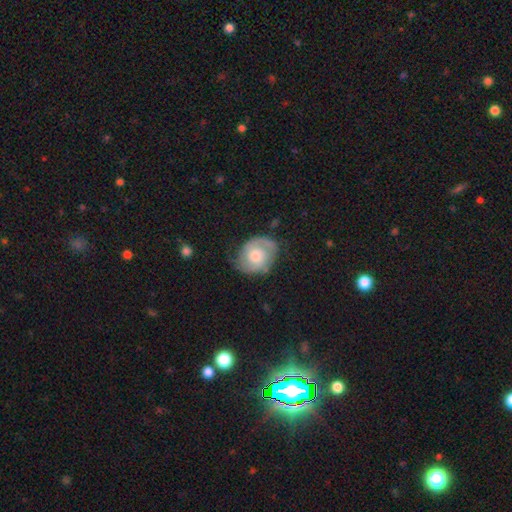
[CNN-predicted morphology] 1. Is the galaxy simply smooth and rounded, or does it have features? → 72% featured or disk, 22% smooth, 6% star or artifact.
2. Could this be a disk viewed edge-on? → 98% no, 2% yes.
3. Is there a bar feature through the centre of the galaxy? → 70% no, 26% weak, 4% strong.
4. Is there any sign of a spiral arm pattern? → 91% yes, 9% no.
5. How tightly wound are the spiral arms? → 45% tight, 41% medium, 14% loose.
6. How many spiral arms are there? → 80% 2, 9% can't tell, 7% 1, 2% 3, 1% 4, 1% more than 4.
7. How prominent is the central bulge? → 58% moderate, 23% small, 14% large, 3% none, 2% dominant.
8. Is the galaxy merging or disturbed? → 69% none, 22% minor disturbance, 8% major disturbance, 1% merger.